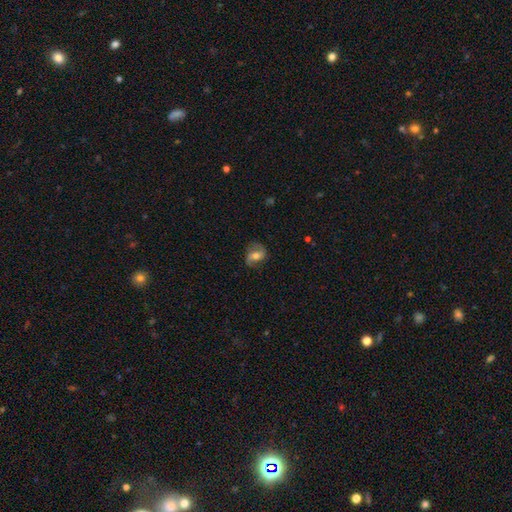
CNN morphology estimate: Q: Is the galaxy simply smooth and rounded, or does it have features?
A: featured or disk — 60%.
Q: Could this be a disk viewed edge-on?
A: no — 96%.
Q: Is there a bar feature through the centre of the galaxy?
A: weak — 39%.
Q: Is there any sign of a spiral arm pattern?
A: yes — 86%.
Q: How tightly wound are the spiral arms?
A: medium — 42%.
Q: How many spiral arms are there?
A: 2 — 86%.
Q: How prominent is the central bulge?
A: moderate — 66%.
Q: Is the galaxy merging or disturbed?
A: none — 73%.